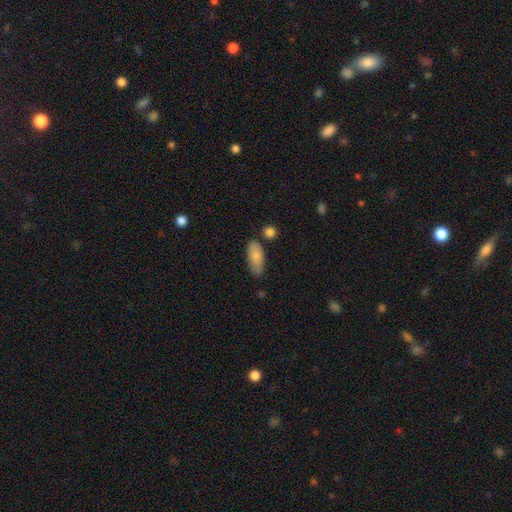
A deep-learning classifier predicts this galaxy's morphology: Smooth or featured? smooth (84%)
How rounded? in between (87%)
Merging? none (69%)